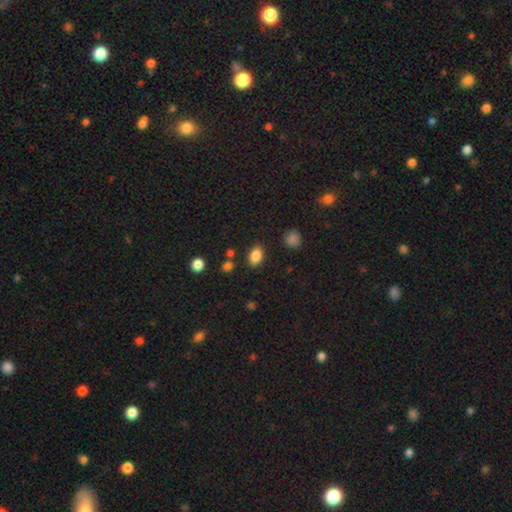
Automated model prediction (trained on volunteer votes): A smooth galaxy with no disk features (86%) that is in between round and cigar-shaped (84%). Merging: none (83%).